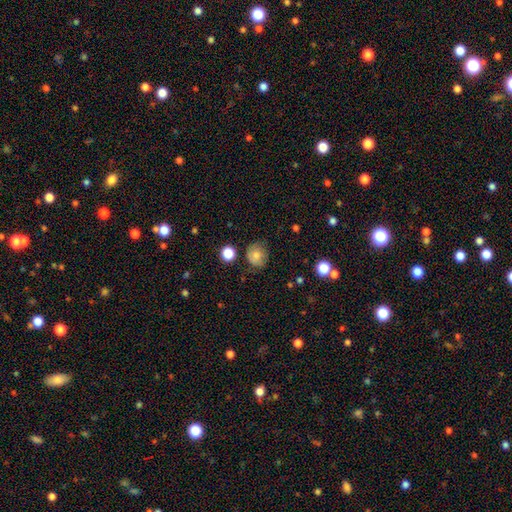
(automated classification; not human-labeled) smooth_or_featured: smooth (p=0.73) [alt: featured or disk p=0.16]
how_rounded: round (p=0.79) [alt: in between p=0.20]
merging: none (p=0.69) [alt: minor disturbance p=0.22]